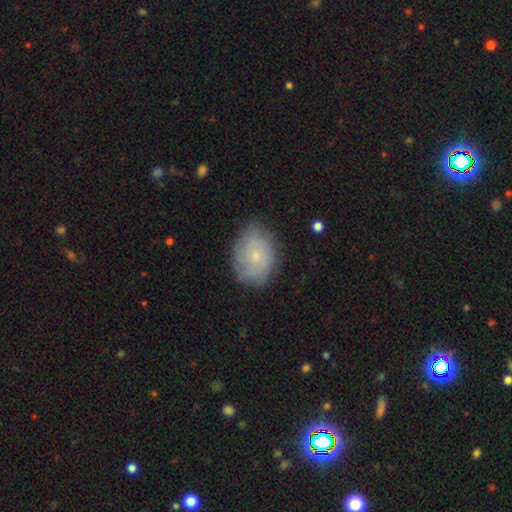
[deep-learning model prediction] This is possibly a smooth galaxy (51%). How rounded: likely in between (68%). Merging: likely none (78%).